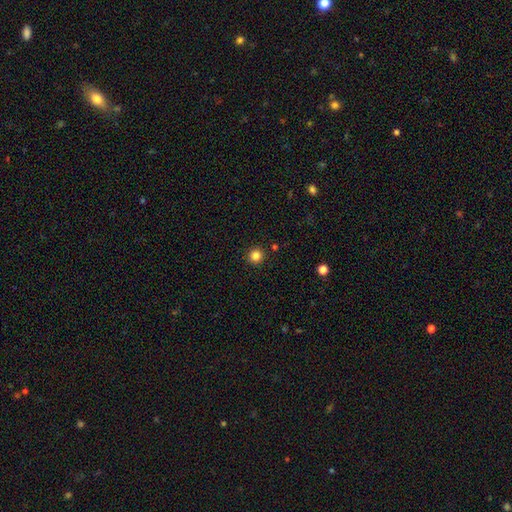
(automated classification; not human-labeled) Q: Smooth or featured?
A: smooth (84%); runner-up: star or artifact (12%)
Q: How rounded?
A: round (95%); runner-up: in between (4%)
Q: Merging?
A: none (92%); runner-up: minor disturbance (5%)